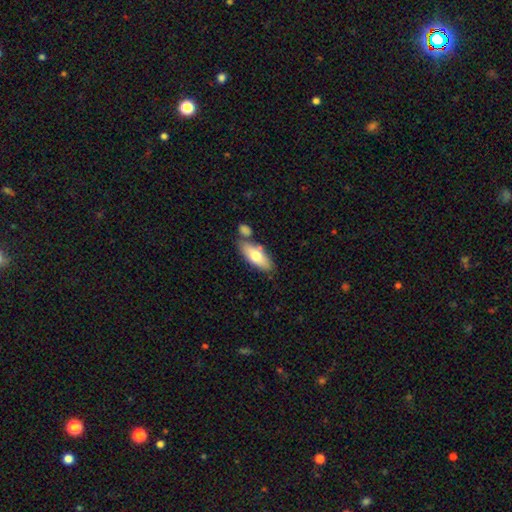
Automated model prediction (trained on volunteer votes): smooth-or-featured: smooth: 70% | featured or disk: 24% | star or artifact: 5%
  how-rounded: in between: 78% | cigar-shaped: 20% | round: 3%
  merging: none: 64% | merger: 18% | minor disturbance: 14% | major disturbance: 4%